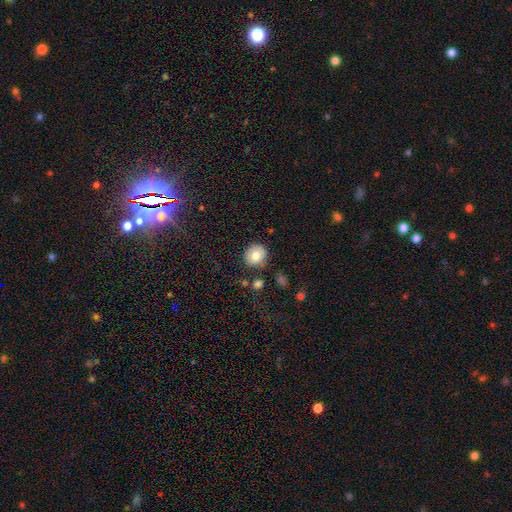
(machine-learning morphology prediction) type=smooth (77%); roundness=round (89%); merging=none (84%).